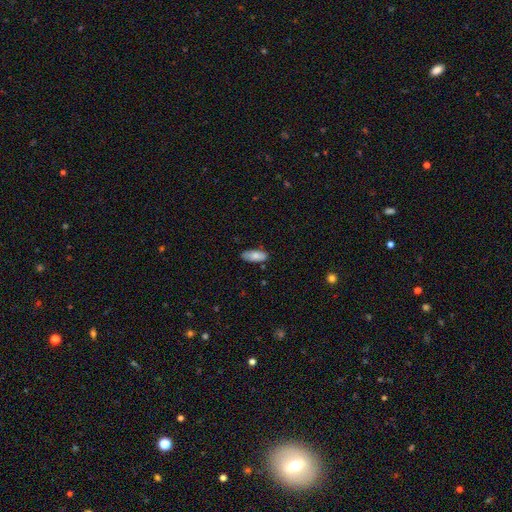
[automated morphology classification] Smooth or featured? Predicted: smooth (p=0.79). How rounded? Predicted: in between (p=0.85). Merging? Predicted: none (p=0.81).